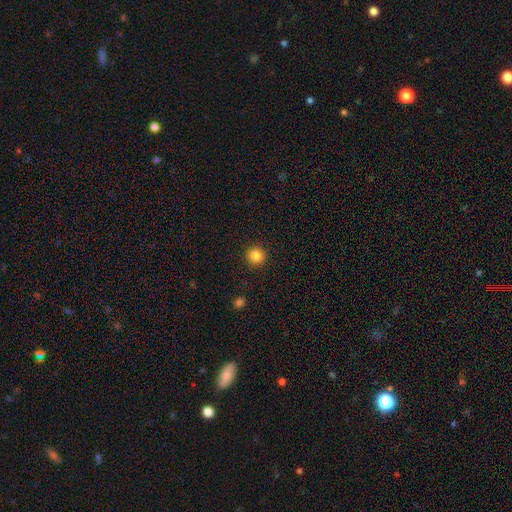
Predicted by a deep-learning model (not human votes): Smooth or featured: smooth — 86% (star or artifact — 11%)
How rounded: round — 95% (in between — 4%)
Merging: none — 92% (minor disturbance — 5%)